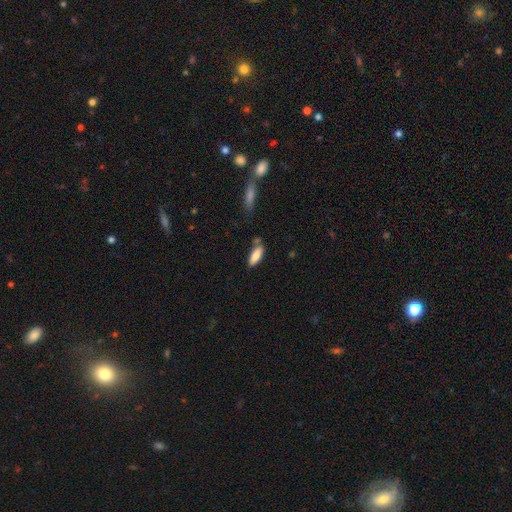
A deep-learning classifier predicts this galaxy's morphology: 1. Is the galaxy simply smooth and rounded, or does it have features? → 80% smooth, 14% featured or disk, 6% star or artifact.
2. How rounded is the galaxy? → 63% in between, 35% cigar-shaped, 2% round.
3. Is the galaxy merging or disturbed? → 71% none, 18% minor disturbance, 8% merger, 4% major disturbance.